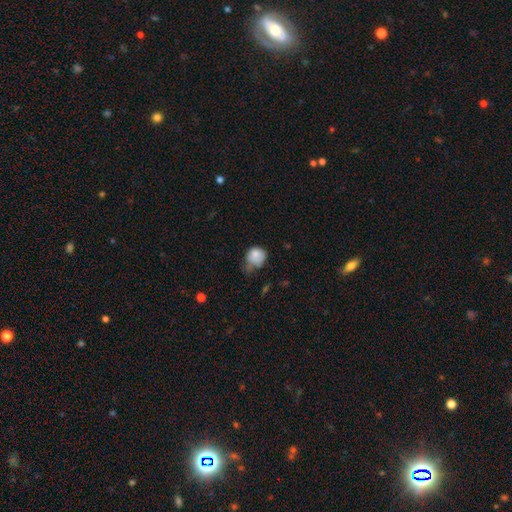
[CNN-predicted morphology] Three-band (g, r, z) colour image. It shows a smooth galaxy with no disk features (81%) that is round (72%). Merging: minor disturbance (40%).